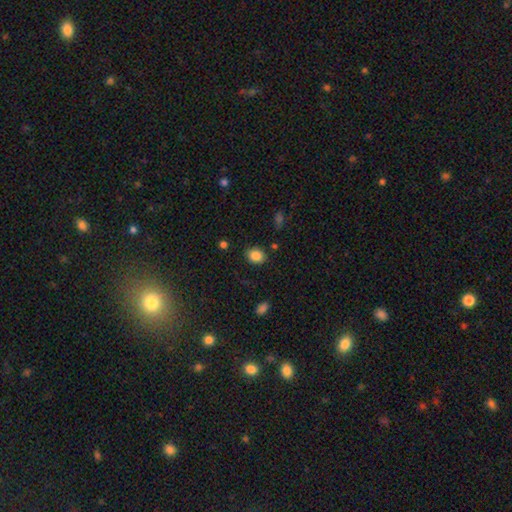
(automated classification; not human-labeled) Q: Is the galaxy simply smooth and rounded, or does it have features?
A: smooth — 86%.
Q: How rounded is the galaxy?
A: in between — 56%.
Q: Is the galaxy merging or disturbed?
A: none — 84%.